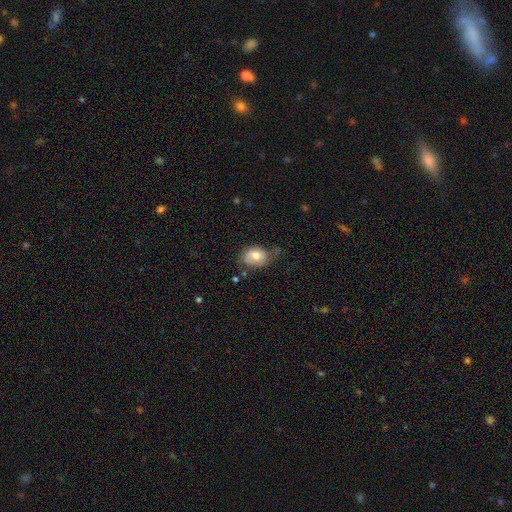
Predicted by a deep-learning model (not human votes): This is likely a smooth galaxy (71%). How rounded: likely in between (64%). Merging: possibly none (47%).